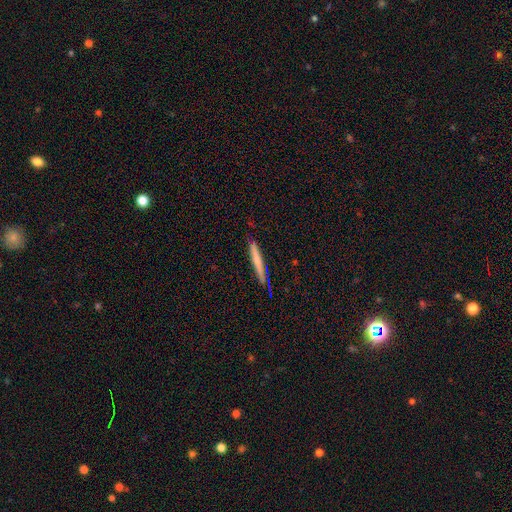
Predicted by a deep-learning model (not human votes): Smooth or featured? Predicted: smooth (p=0.58). How rounded? Predicted: cigar-shaped (p=0.96). Merging? Predicted: none (p=0.86).